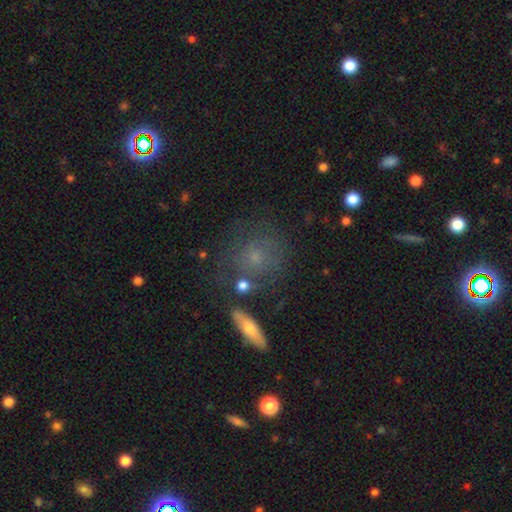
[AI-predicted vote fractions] Smooth or featured? smooth (51%)
How rounded? round (80%)
Merging? none (69%)